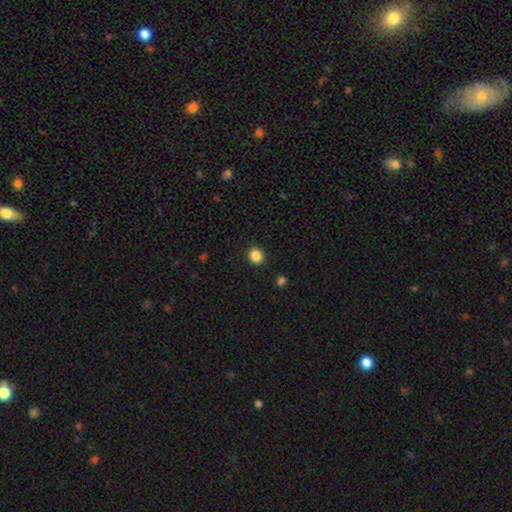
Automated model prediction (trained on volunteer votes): smooth_or_featured: smooth (p=0.86) [alt: star or artifact p=0.10]
how_rounded: round (p=0.78) [alt: in between p=0.21]
merging: none (p=0.91) [alt: minor disturbance p=0.06]